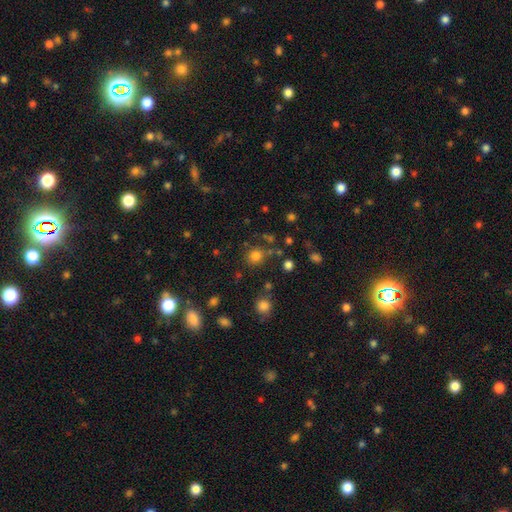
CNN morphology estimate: Overall: smooth (77%). How rounded: round (88%). Merging: none (78%).